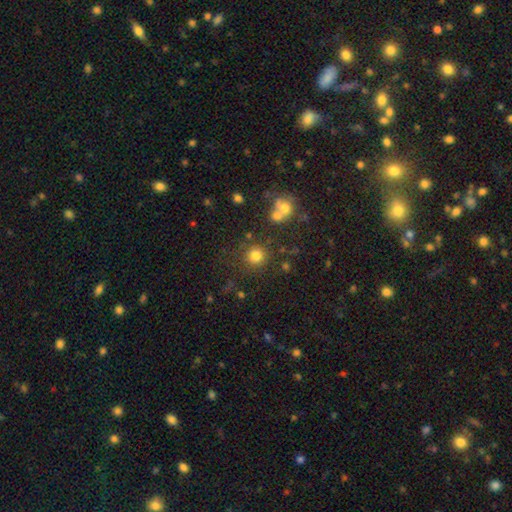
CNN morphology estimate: A smooth galaxy with no disk features (79%) that is round (93%). Merging: none (81%).